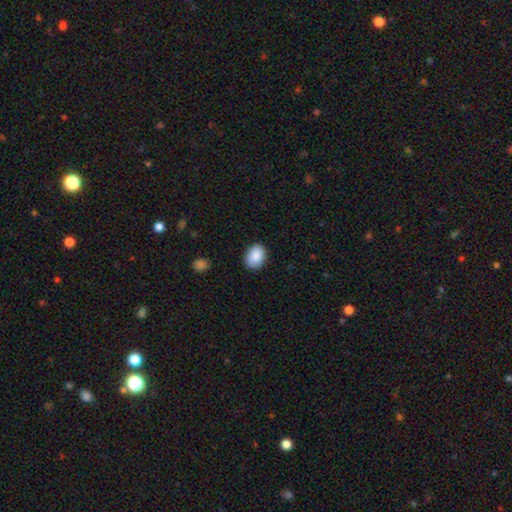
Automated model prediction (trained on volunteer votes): Smooth or featured?
  - smooth: 89% *
  - star or artifact: 7%
  - featured or disk: 4%
How rounded?
  - in between: 73% *
  - round: 26%
  - cigar-shaped: 1%
Merging?
  - none: 87% *
  - minor disturbance: 10%
  - major disturbance: 2%
  - merger: 1%